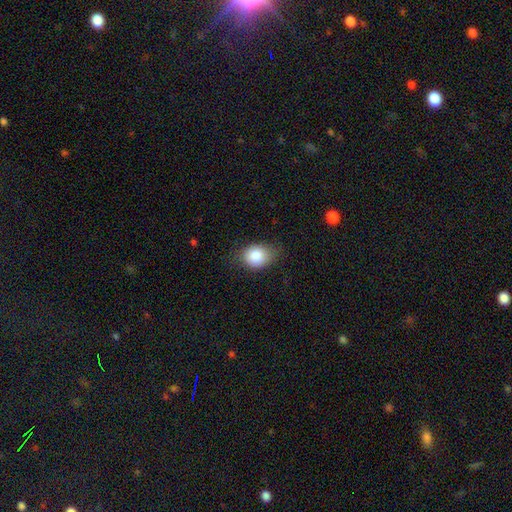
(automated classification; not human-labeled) A smooth galaxy with no disk features (85%) that is in between round and cigar-shaped (56%).

Vote fractions:
- Smooth or featured? smooth: 85% / star or artifact: 8% / featured or disk: 7%
- How rounded? in between: 56% / round: 43% / cigar-shaped: 1%
- Merging? none: 67% / minor disturbance: 26% / major disturbance: 6% / merger: 1%